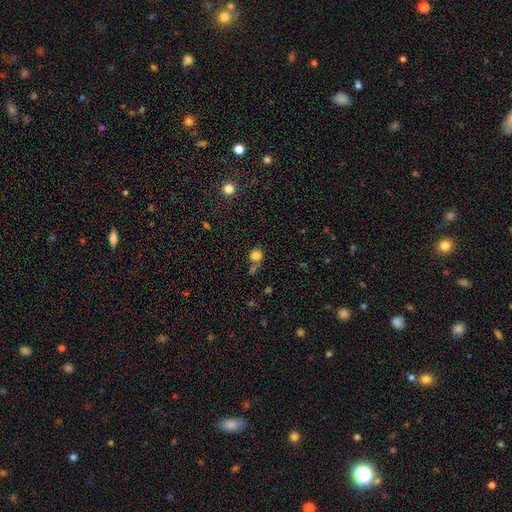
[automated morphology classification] Smooth or featured? smooth (81%)
How rounded? round (84%)
Merging? none (57%)